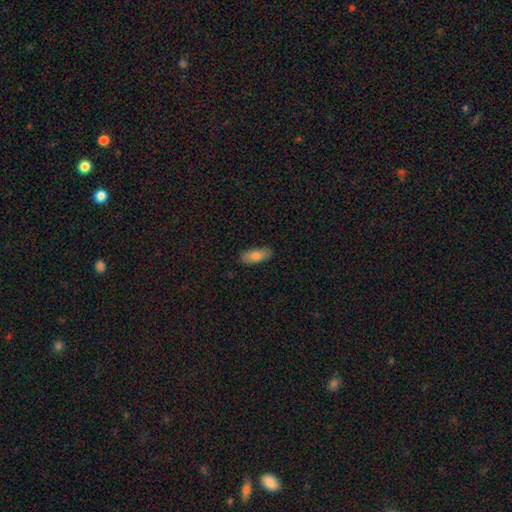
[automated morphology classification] smooth 81%, featured or disk 12%, star or artifact 7%. Down the decision tree: how rounded — in between (82%); merging — none (86%).